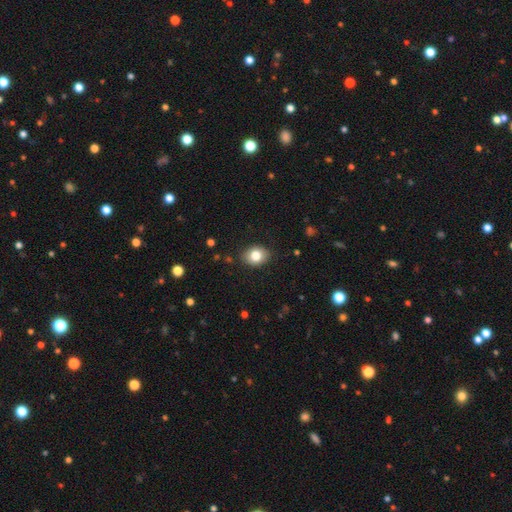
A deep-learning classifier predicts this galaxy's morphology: Smooth or featured?
  - smooth: 82% *
  - featured or disk: 9%
  - star or artifact: 9%
How rounded?
  - in between: 55% *
  - round: 44%
  - cigar-shaped: 1%
Merging?
  - none: 85% *
  - minor disturbance: 11%
  - major disturbance: 3%
  - merger: 1%